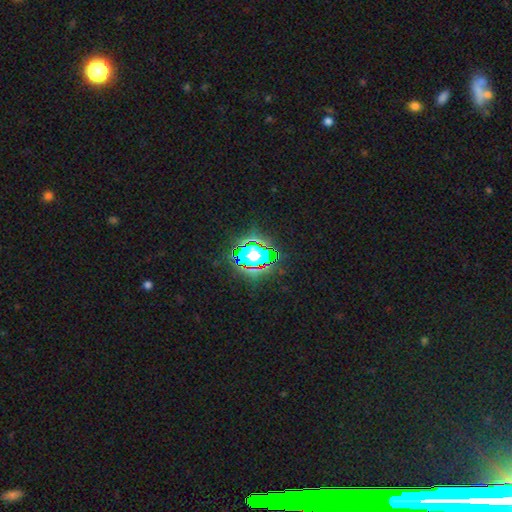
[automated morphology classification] smooth-or-featured: star or artifact: 55% | smooth: 29% | featured or disk: 16%